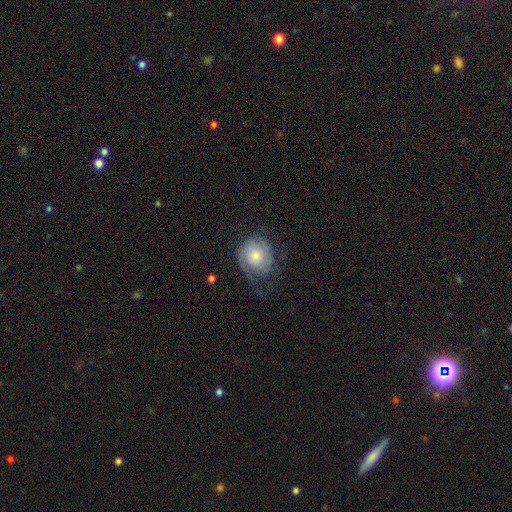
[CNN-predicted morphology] A featured or disk galaxy (55%) with no bar (79%), spiral arms (86%) and a moderate central bulge (48%). Merging: none (54%).